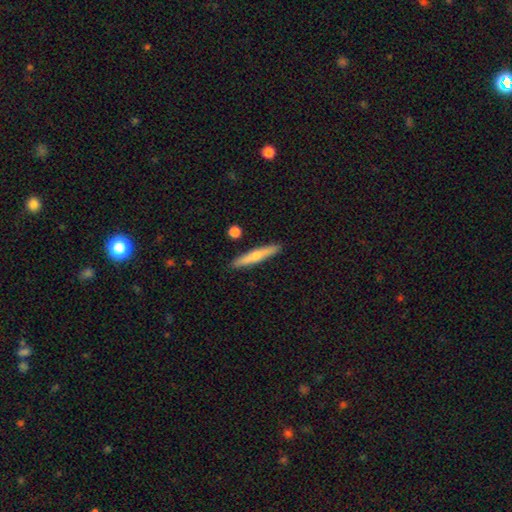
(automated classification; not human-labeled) Q: Smooth or featured?
A: featured or disk (47%); tied with: smooth (47%)
Q: Merging?
A: none (90%); runner-up: minor disturbance (7%)